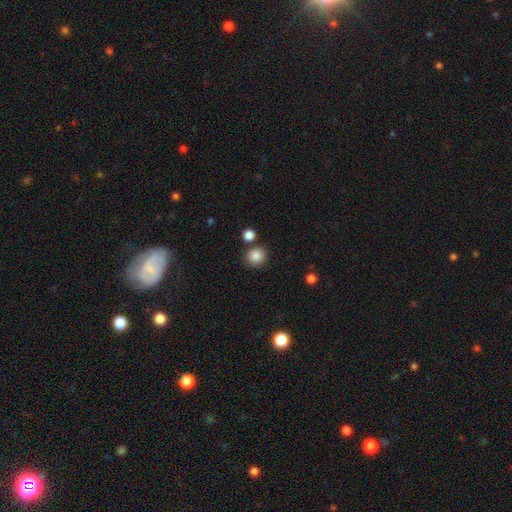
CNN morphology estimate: A smooth galaxy with no disk features (87%) that is round (89%). Merging: none (80%).